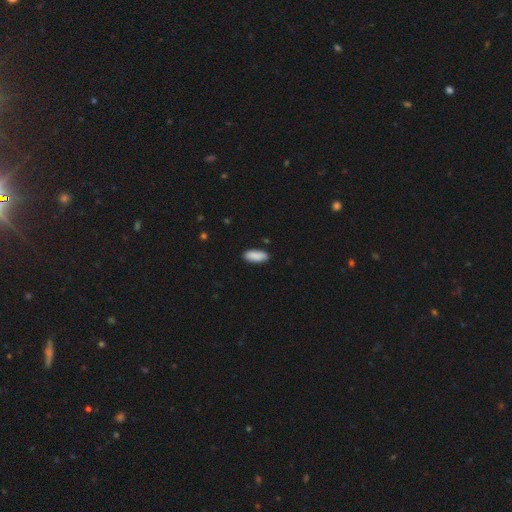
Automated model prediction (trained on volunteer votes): Smooth or featured? smooth (90%)
How rounded? in between (81%)
Merging? none (88%)